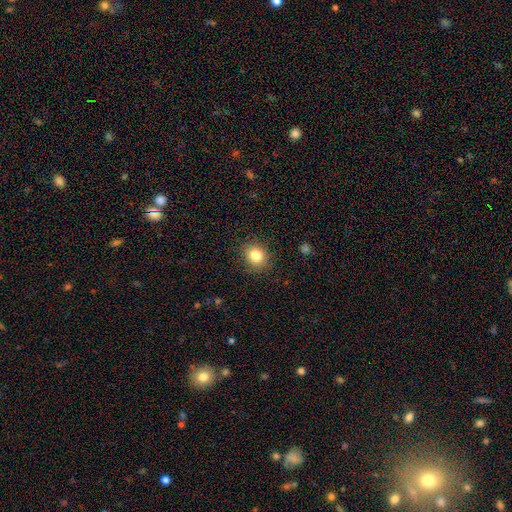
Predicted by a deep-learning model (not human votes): Q: Smooth or featured?
A: smooth (83%); runner-up: star or artifact (11%)
Q: How rounded?
A: round (73%); runner-up: in between (27%)
Q: Merging?
A: none (87%); runner-up: minor disturbance (9%)